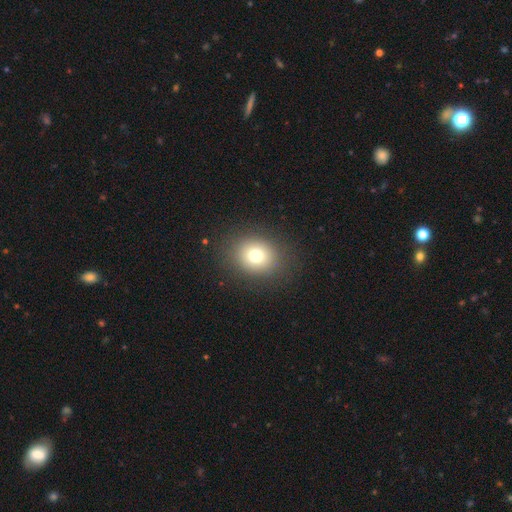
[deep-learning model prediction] Q: Smooth or featured?
A: smooth (74%); runner-up: star or artifact (15%)
Q: How rounded?
A: round (66%); runner-up: in between (33%)
Q: Merging?
A: none (87%); runner-up: minor disturbance (8%)